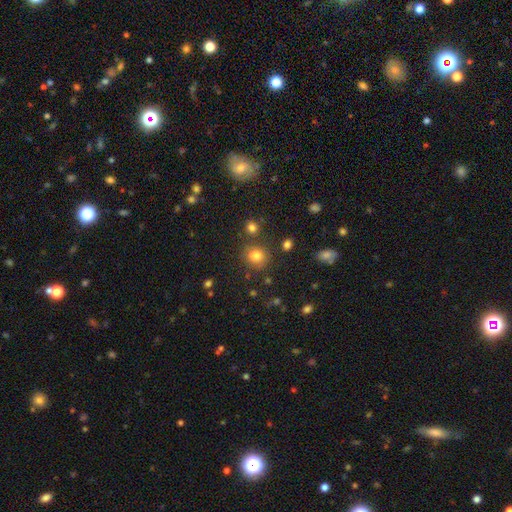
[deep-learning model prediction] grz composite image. It shows a smooth galaxy with no disk features (79%) that is round (74%). Merging: none (75%).